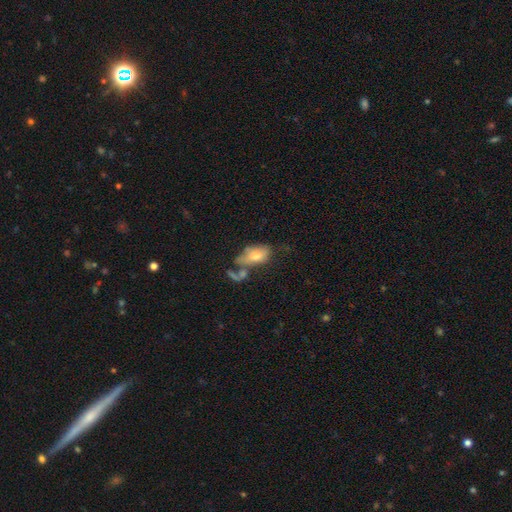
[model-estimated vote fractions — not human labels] Smooth or featured?
  - smooth: 62% *
  - featured or disk: 29%
  - star or artifact: 9%
How rounded?
  - in between: 89% *
  - round: 6%
  - cigar-shaped: 5%
Merging?
  - none: 29% * (tied)
  - merger: 29% * (tied)
  - major disturbance: 22%
  - minor disturbance: 21%